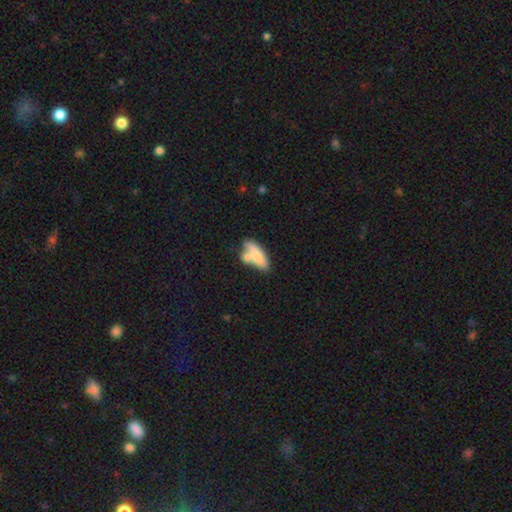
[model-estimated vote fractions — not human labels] Smooth or featured? Predicted: smooth (p=0.73). How rounded? Predicted: in between (p=0.66). Merging? Predicted: merger (p=0.41).